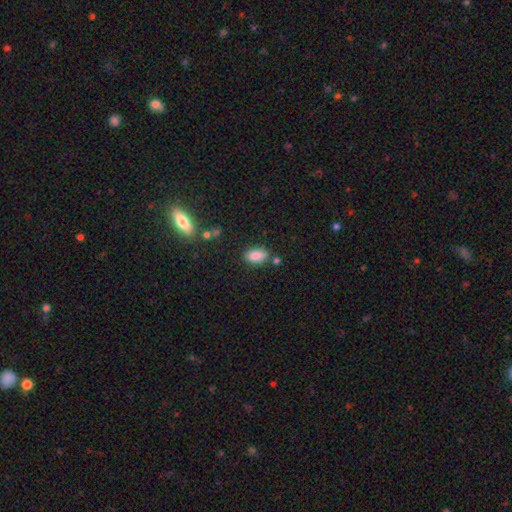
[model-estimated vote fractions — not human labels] Smooth or featured: smooth — 85% (star or artifact — 9%)
How rounded: in between — 89% (round — 6%)
Merging: none — 76% (minor disturbance — 13%)